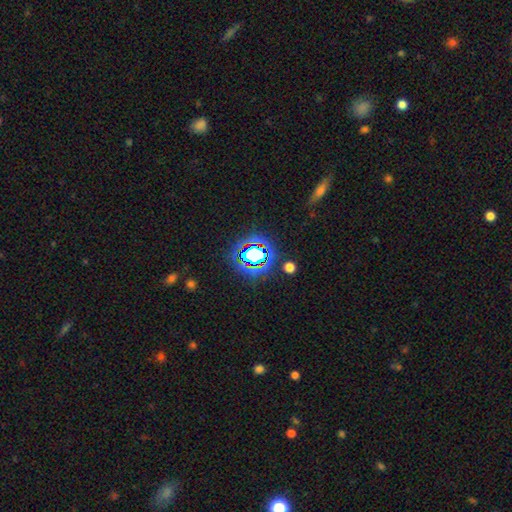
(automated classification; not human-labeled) The model was most divided on "smooth or featured": star or artifact: 73%, smooth: 16%, featured or disk: 10%.